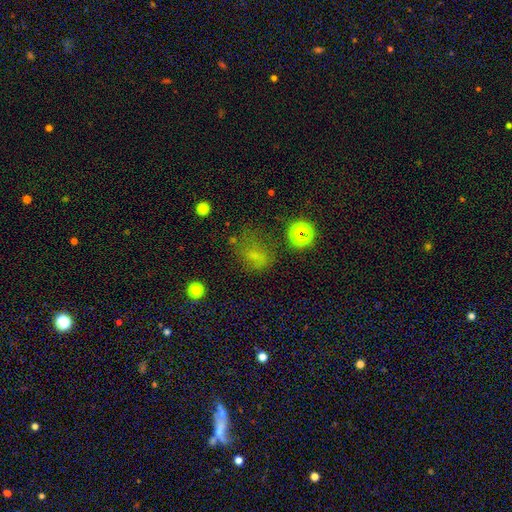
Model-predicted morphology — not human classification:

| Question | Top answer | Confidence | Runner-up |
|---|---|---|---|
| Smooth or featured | smooth | 56% | star or artifact (28%) |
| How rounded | in between | 54% | round (44%) |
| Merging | none | 50% | minor disturbance (23%) |